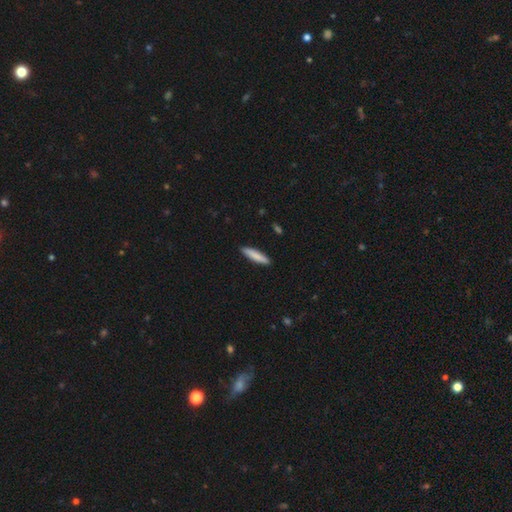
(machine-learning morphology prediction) smooth_or_featured: smooth (p=0.84) [alt: featured or disk p=0.11]
how_rounded: cigar-shaped (p=0.86) [alt: in between p=0.12]
merging: none (p=0.91) [alt: minor disturbance p=0.07]